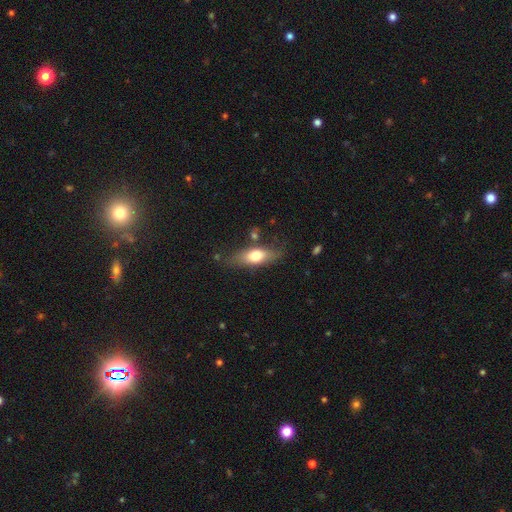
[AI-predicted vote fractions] A smooth galaxy with no disk features (65%) that is in between round and cigar-shaped (64%). Merging: none (73%).